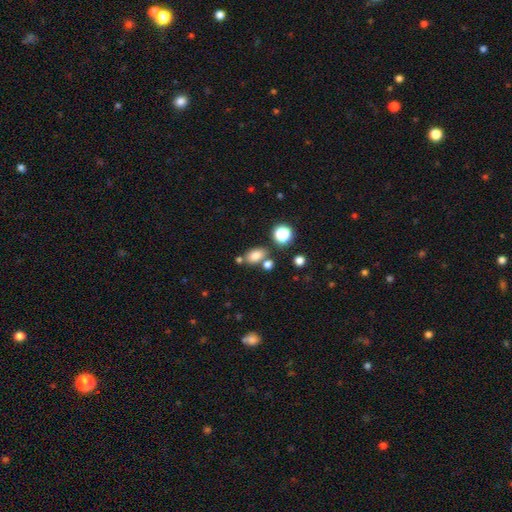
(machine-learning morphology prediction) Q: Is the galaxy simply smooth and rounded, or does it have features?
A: smooth — 78%.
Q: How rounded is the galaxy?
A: in between — 80%.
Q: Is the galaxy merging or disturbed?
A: none — 66%.